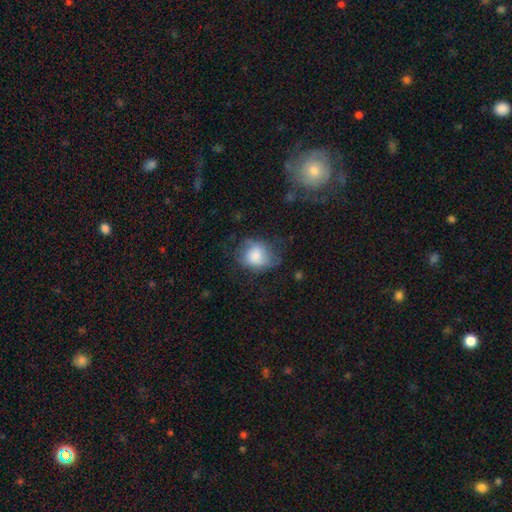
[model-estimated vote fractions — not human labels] smooth 71%, featured or disk 21%, star or artifact 8%. Down the decision tree: how rounded — round (53%); merging — none (47%).